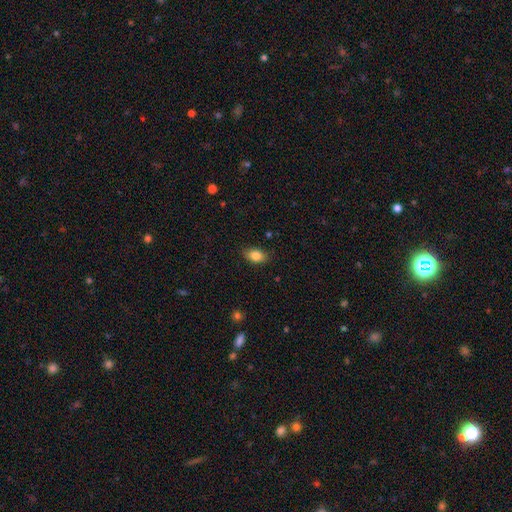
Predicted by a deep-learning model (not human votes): Morphology: type=smooth (83%); roundness=in between (85%); merging=none (84%).